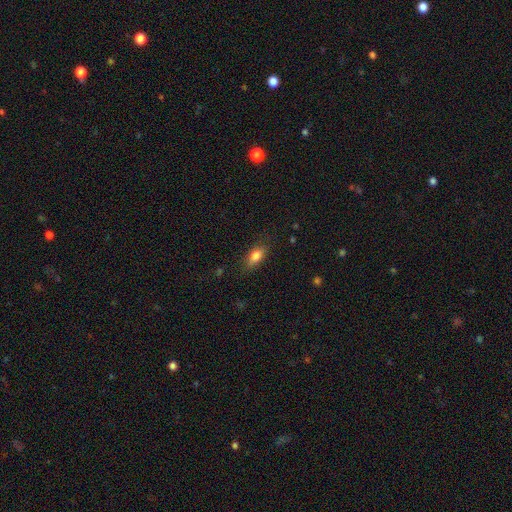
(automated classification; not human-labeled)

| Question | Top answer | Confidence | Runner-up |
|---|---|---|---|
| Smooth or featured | smooth | 81% | featured or disk (11%) |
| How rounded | in between | 83% | cigar-shaped (11%) |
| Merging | none | 80% | minor disturbance (15%) |